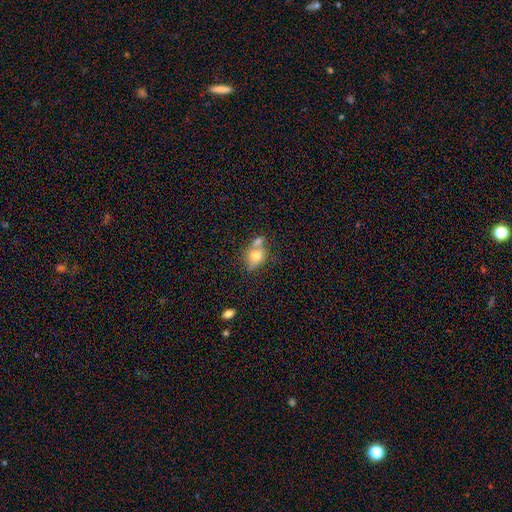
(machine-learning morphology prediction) Smooth or featured? Predicted: smooth (p=0.70). How rounded? Predicted: in between (p=0.55). Merging? Predicted: merger (p=0.41).